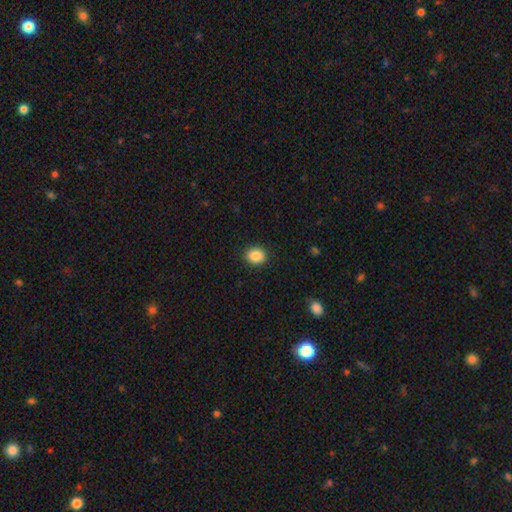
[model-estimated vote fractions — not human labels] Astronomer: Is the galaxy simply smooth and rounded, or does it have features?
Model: smooth — 87%.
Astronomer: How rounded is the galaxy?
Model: round — 69%.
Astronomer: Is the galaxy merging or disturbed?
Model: none — 91%.